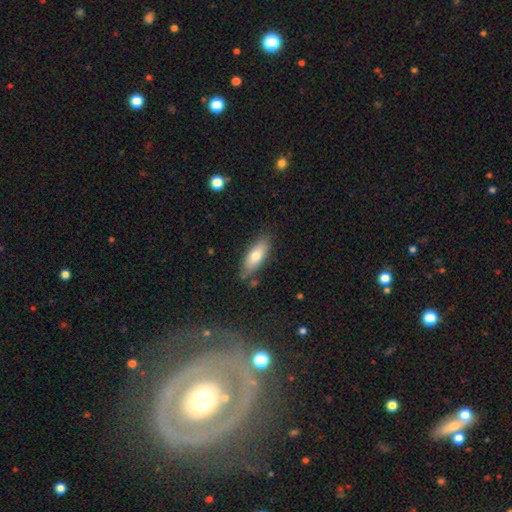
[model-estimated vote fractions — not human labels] Q: Smooth or featured?
A: smooth (73%); runner-up: featured or disk (21%)
Q: How rounded?
A: in between (70%); runner-up: cigar-shaped (28%)
Q: Merging?
A: none (80%); runner-up: minor disturbance (14%)